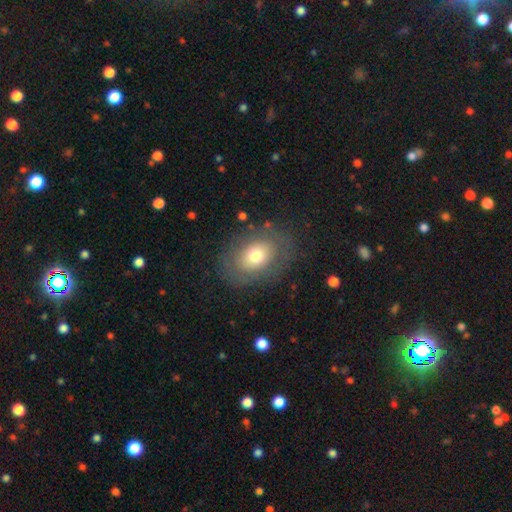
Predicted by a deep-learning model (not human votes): This appears to be a smooth galaxy with no disk features (65%) that is in between round and cigar-shaped (71%). Merging: none (78%).